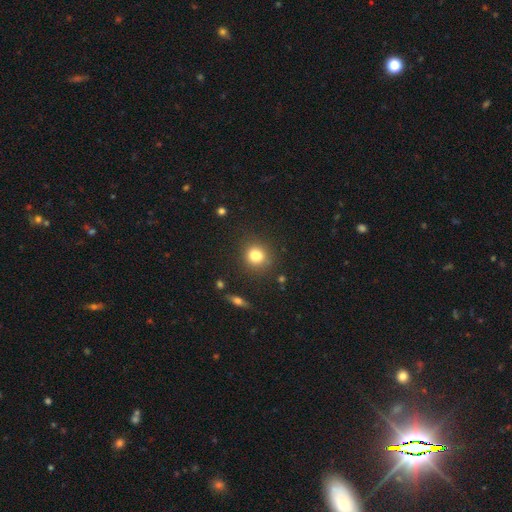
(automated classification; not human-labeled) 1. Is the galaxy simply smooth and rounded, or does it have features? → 81% smooth, 12% star or artifact, 7% featured or disk.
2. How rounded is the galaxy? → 79% round, 20% in between, 1% cigar-shaped.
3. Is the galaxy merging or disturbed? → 83% none, 11% minor disturbance, 3% major disturbance, 3% merger.